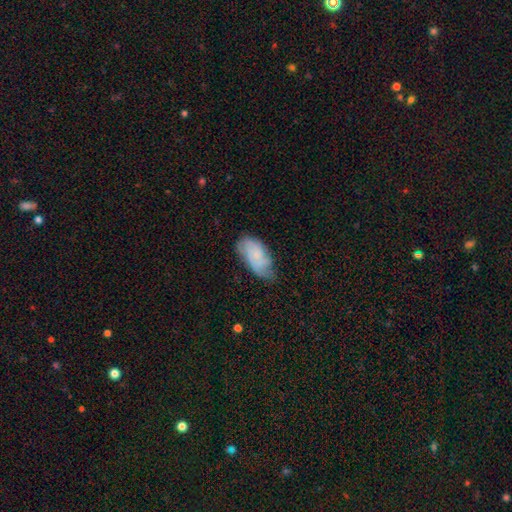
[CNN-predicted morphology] featured or disk 52%, smooth 40%, star or artifact 8%. Down the decision tree: edge-on disk — no (96%); bar — no (74%); spiral arms — yes (87%); bulge size — small (60%); merging — none (52%).